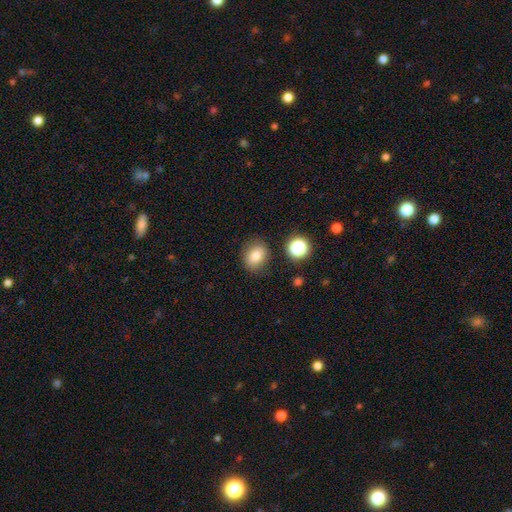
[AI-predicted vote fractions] Smooth or featured? Predicted: smooth (p=0.80). How rounded? Predicted: round (p=0.51). Merging? Predicted: none (p=0.82).